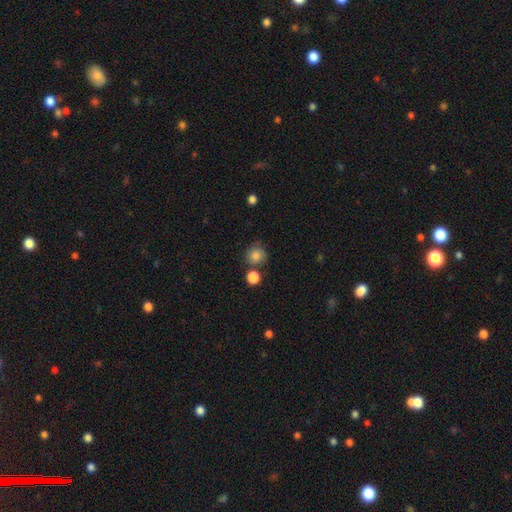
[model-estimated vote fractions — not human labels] Smooth or featured: smooth — 81% (star or artifact — 11%)
How rounded: round — 88% (in between — 12%)
Merging: none — 67% (minor disturbance — 16%)